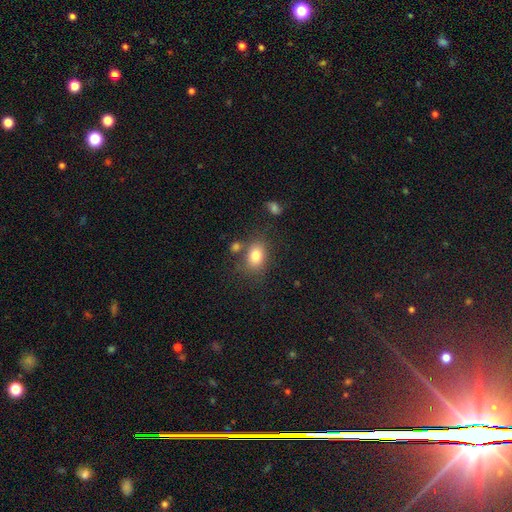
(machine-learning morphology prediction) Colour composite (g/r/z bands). It shows a smooth galaxy with no disk features (80%) that is in between round and cigar-shaped (69%). Merging: none (67%).